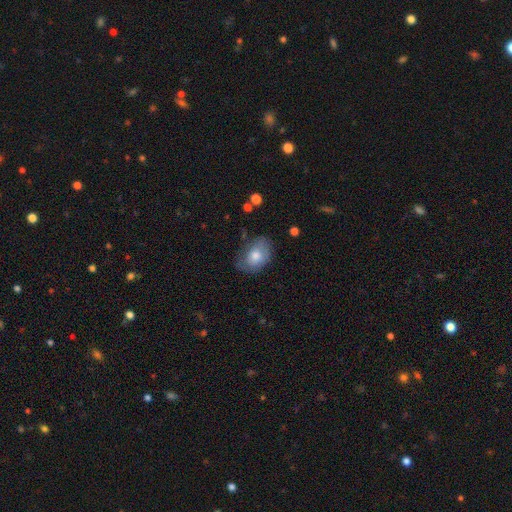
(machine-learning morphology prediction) Smooth or featured? Predicted: smooth (p=0.68). How rounded? Predicted: in between (p=0.79). Merging? Predicted: none (p=0.64).